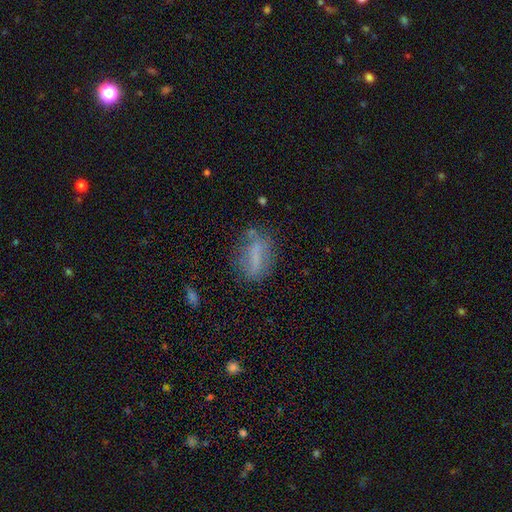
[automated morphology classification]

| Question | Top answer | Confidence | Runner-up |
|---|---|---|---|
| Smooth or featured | smooth | 53% | featured or disk (36%) |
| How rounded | in between | 57% | cigar-shaped (34%) |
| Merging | none | 62% | minor disturbance (22%) |